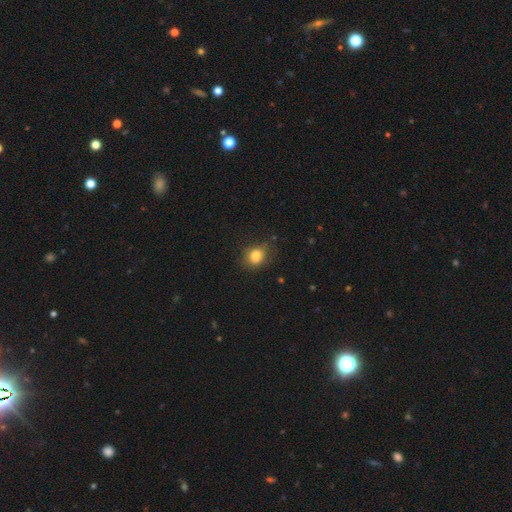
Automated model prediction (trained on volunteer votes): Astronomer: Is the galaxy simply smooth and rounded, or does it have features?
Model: smooth — 79%.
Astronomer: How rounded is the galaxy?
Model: round — 62%.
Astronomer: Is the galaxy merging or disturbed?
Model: none — 63%.